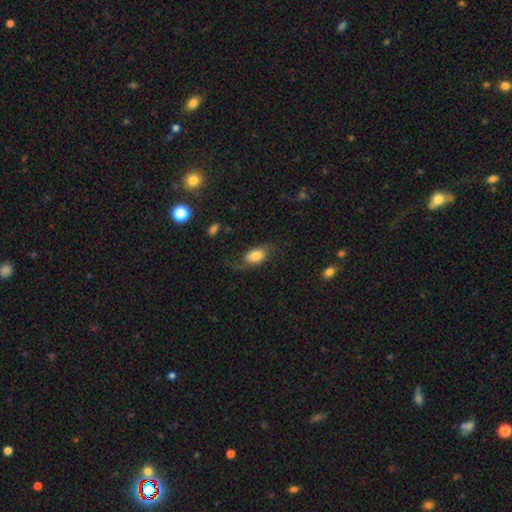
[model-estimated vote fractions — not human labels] Q: Smooth or featured?
A: smooth (56%); runner-up: featured or disk (35%)
Q: How rounded?
A: in between (85%); runner-up: round (12%)
Q: Merging?
A: none (54%); runner-up: minor disturbance (22%)